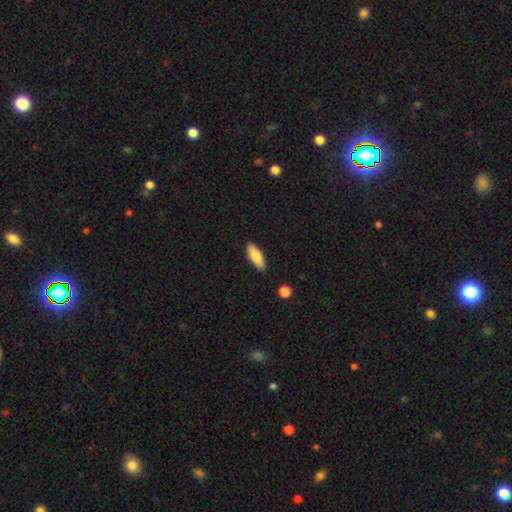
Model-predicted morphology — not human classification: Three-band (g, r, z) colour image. It shows a smooth galaxy with no disk features (78%) that is in between round and cigar-shaped (71%). Merging: none (87%).